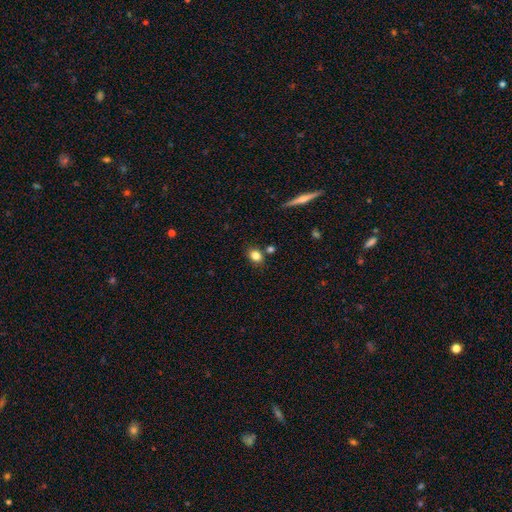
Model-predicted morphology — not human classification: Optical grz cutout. It shows a smooth galaxy with no disk features (82%) that is in between round and cigar-shaped (56%). Merging: none (77%).